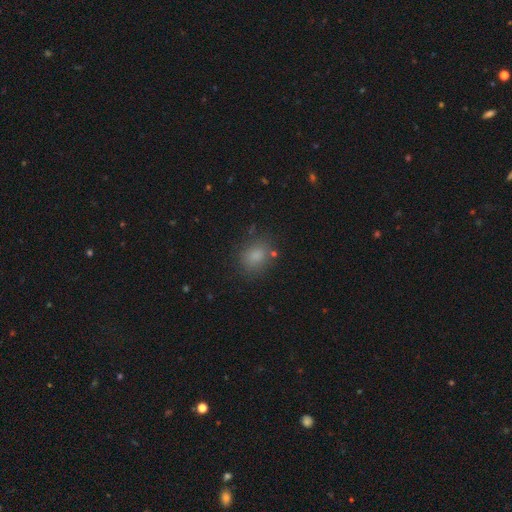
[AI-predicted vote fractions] This is clearly a smooth galaxy (82%). How rounded: possibly round (54%). Merging: likely none (80%).